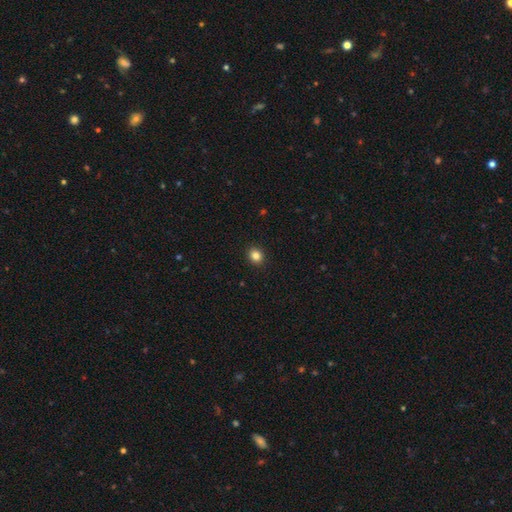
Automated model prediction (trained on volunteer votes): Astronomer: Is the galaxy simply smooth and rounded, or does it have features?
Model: smooth — 84%.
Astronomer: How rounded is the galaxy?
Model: round — 76%.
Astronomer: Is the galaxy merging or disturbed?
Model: none — 92%.